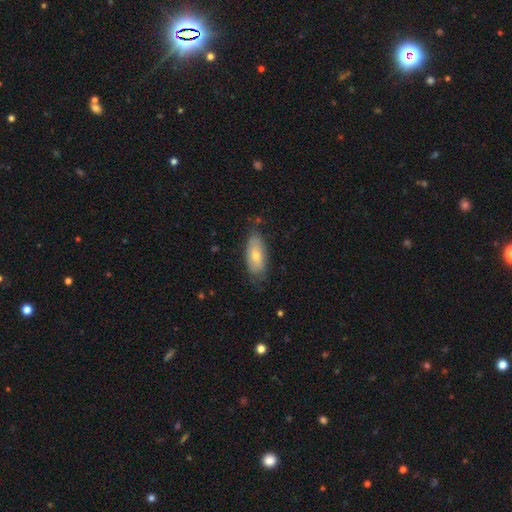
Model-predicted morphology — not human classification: smooth_or_featured: smooth (p=0.65) [alt: featured or disk p=0.28]
how_rounded: in between (p=0.82) [alt: cigar-shaped p=0.15]
merging: none (p=0.73) [alt: minor disturbance p=0.21]